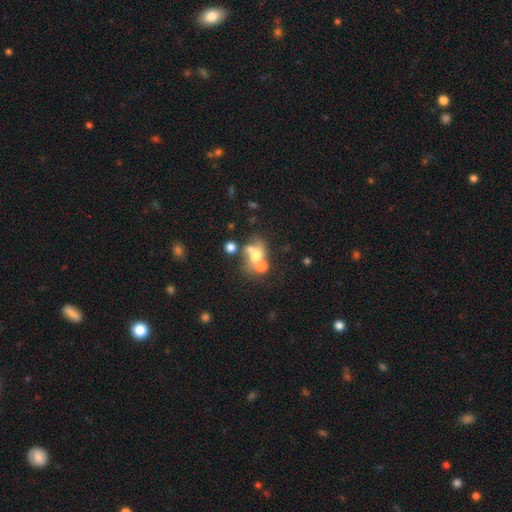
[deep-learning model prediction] A smooth galaxy with no disk features (53%) that is round (51%). Merging: merger (53%).